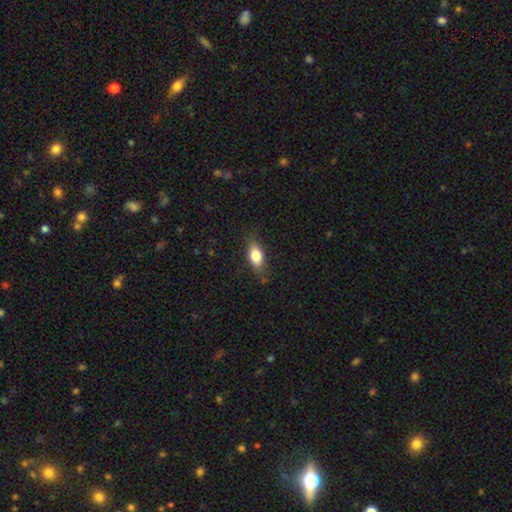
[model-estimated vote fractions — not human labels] smooth-or-featured: smooth: 79% | featured or disk: 13% | star or artifact: 8%
  how-rounded: in between: 83% | cigar-shaped: 10% | round: 7%
  merging: none: 78% | minor disturbance: 17% | major disturbance: 4% | merger: 1%